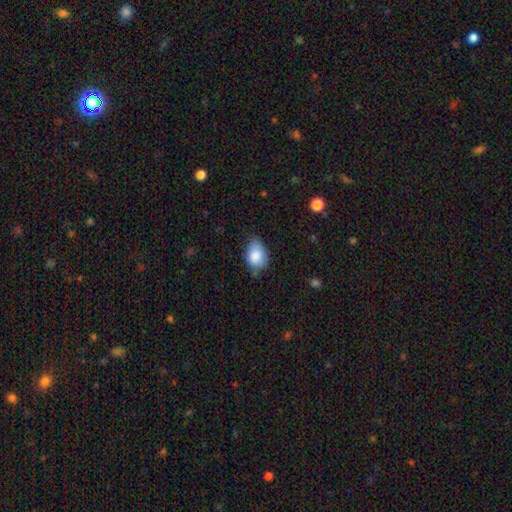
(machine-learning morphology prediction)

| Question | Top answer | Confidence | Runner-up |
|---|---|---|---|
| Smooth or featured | smooth | 85% | featured or disk (8%) |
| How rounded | in between | 79% | round (20%) |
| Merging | none | 58% | minor disturbance (33%) |